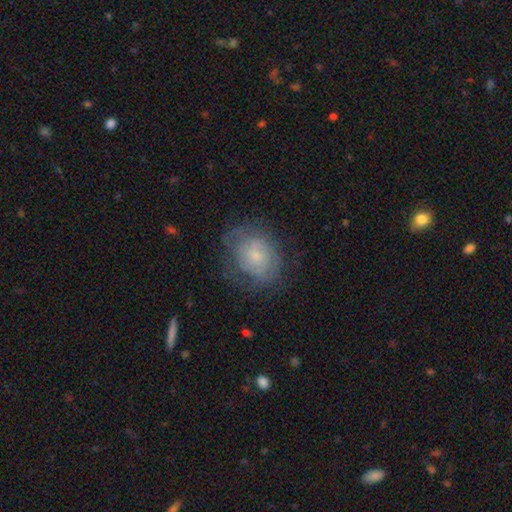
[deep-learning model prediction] Smooth or featured? featured or disk (53%)
Edge-on disk? no (97%)
Bar? no (71%)
Spiral arms? yes (72%)
Bulge size? small (65%)
Merging? none (62%)